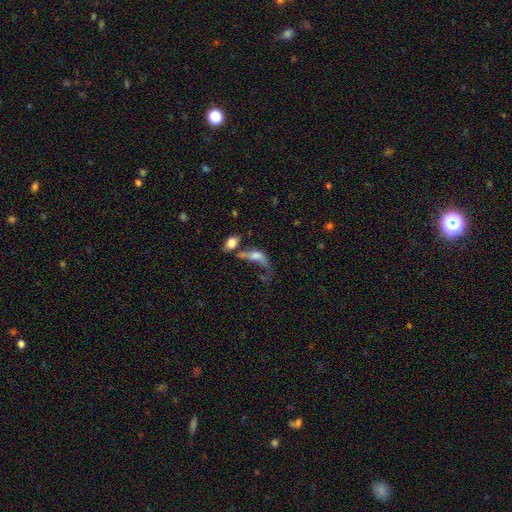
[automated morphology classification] A smooth galaxy with no disk features (51%) that is in between round and cigar-shaped (75%).

Vote fractions:
- Smooth or featured? smooth: 51% / featured or disk: 36% / star or artifact: 12%
- How rounded? in between: 75% / cigar-shaped: 17% / round: 9%
- Merging? merger: 40% / major disturbance: 34% / none: 16% / minor disturbance: 10%